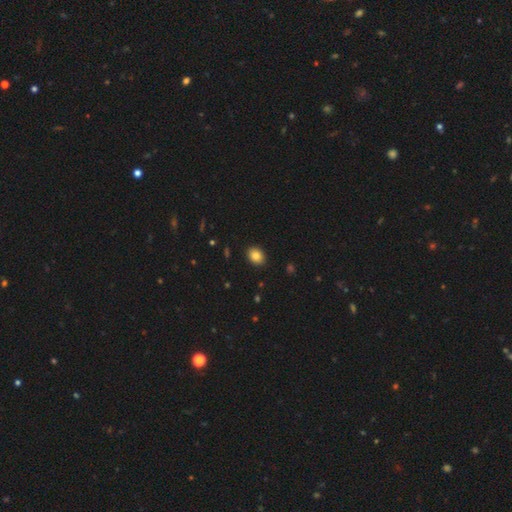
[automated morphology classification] smooth_or_featured: smooth (p=0.84) [alt: star or artifact p=0.10]
how_rounded: in between (p=0.58) [alt: round p=0.41]
merging: none (p=0.90) [alt: minor disturbance p=0.07]